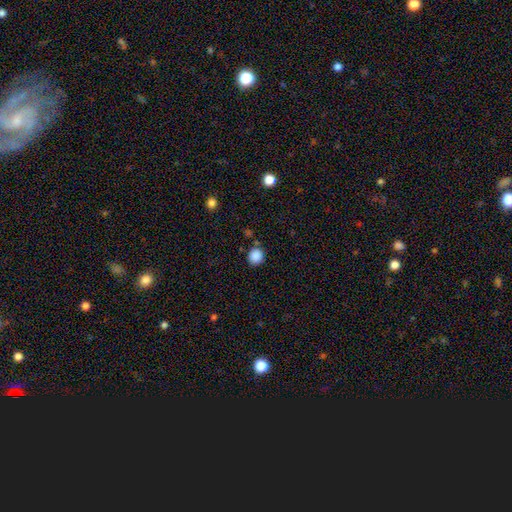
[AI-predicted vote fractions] Smooth or featured: smooth — 87% (star or artifact — 10%)
How rounded: round — 89% (in between — 11%)
Merging: none — 83% (minor disturbance — 9%)